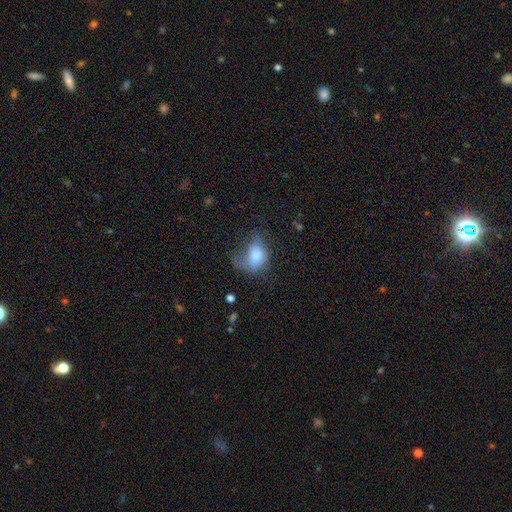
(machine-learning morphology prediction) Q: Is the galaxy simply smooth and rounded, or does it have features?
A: smooth — 67%.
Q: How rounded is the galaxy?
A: in between — 74%.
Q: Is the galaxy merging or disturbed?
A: major disturbance — 43%.